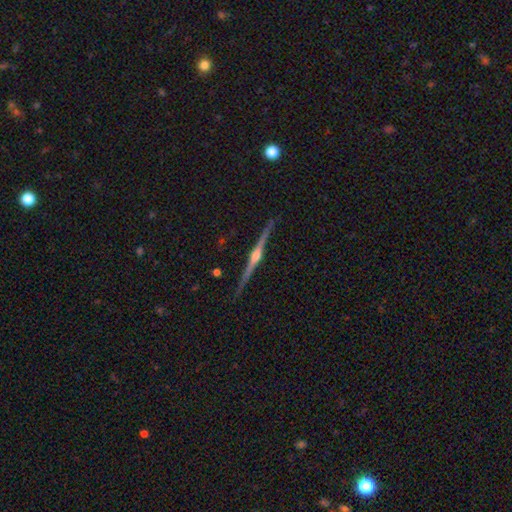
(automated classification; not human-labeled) Smooth or featured? Predicted: featured or disk (p=0.87). Edge-on disk? Predicted: yes (p=0.99). Edge-on bulge? Predicted: rounded (p=0.92). Merging? Predicted: none (p=0.90).